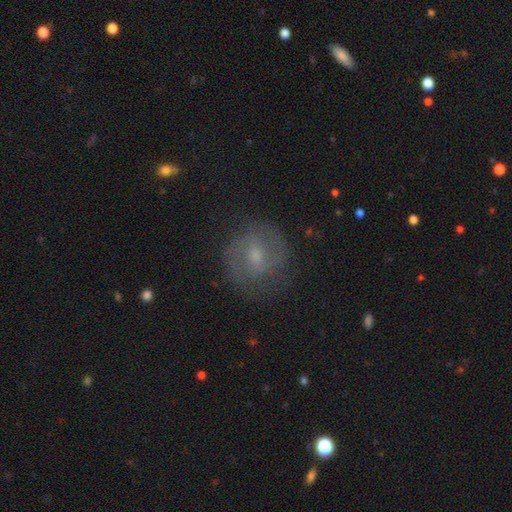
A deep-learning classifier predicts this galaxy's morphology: Smooth or featured: featured or disk — 60% (smooth — 28%)
Edge-on disk: no — 96% (yes — 4%)
Bar: weak — 55% (no — 28%)
Spiral arms: yes — 81% (no — 19%)
Bulge size: moderate — 44% (tied with small — 44%)
Merging: none — 78% (minor disturbance — 14%)